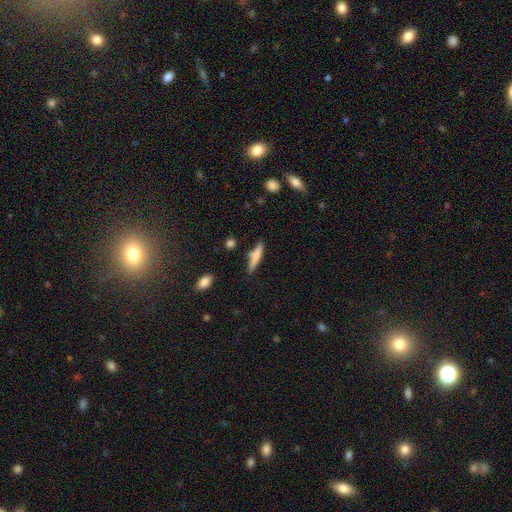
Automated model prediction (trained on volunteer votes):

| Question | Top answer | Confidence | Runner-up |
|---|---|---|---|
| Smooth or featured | smooth | 69% | featured or disk (24%) |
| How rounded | cigar-shaped | 85% | in between (13%) |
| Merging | none | 66% | minor disturbance (21%) |